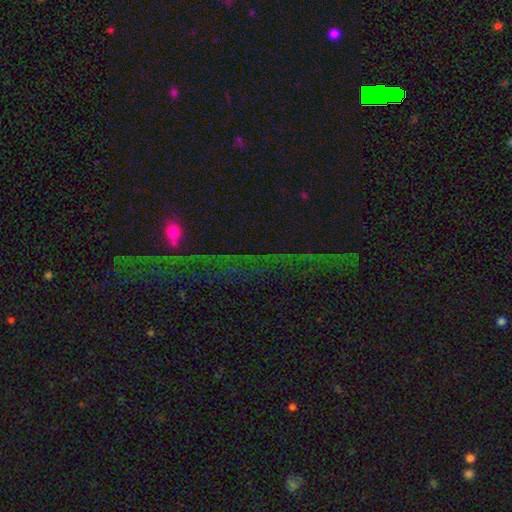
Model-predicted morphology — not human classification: The model was most divided on "smooth or featured": star or artifact: 80%, smooth: 10%, featured or disk: 10%.